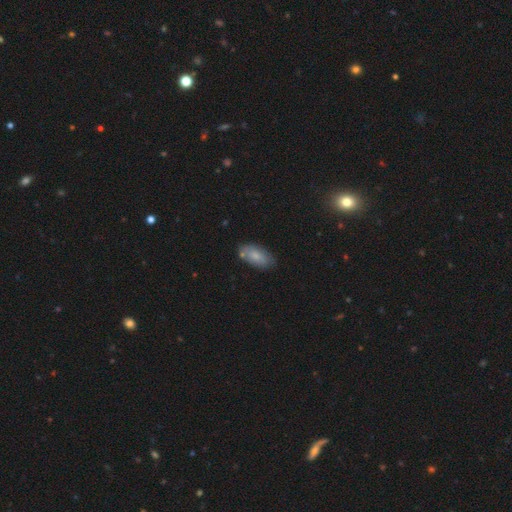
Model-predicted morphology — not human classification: Smooth or featured: smooth — 74% (featured or disk — 19%)
How rounded: in between — 93% (cigar-shaped — 5%)
Merging: none — 72% (minor disturbance — 20%)